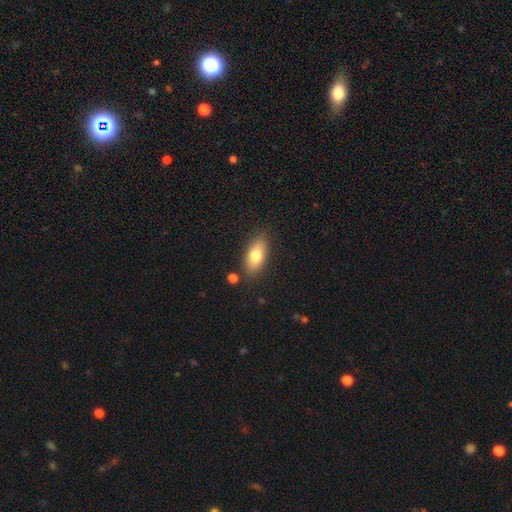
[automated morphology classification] Smooth or featured?
  - smooth: 78% *
  - featured or disk: 15%
  - star or artifact: 7%
How rounded?
  - in between: 85% *
  - cigar-shaped: 11%
  - round: 4%
Merging?
  - none: 81% *
  - minor disturbance: 12%
  - merger: 4%
  - major disturbance: 3%